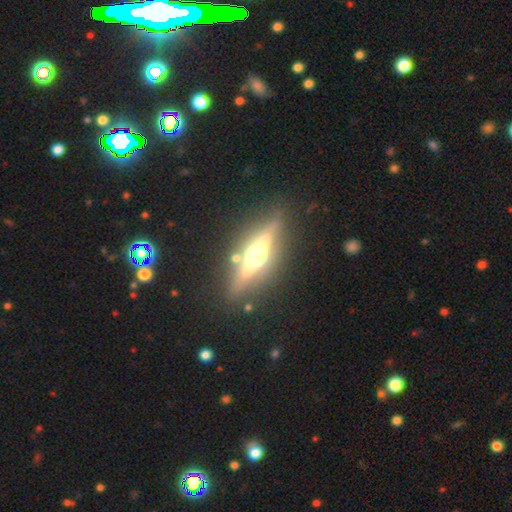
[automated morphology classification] type=featured or disk (76%); edge-on=yes (93%); edge-on bulge=rounded (94%); merging=none (83%).